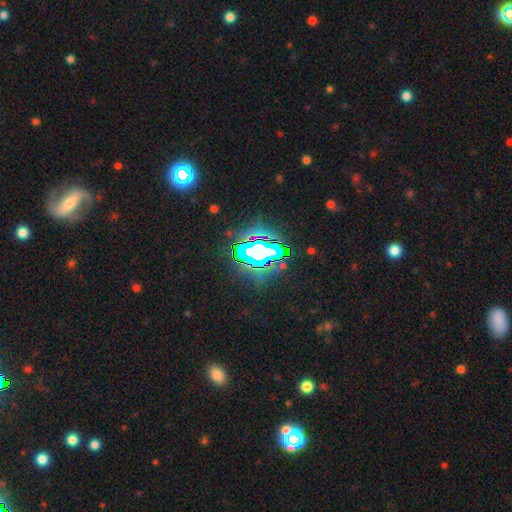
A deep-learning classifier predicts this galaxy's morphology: Smooth or featured?
  - star or artifact: 75% *
  - featured or disk: 12%
  - smooth: 12%